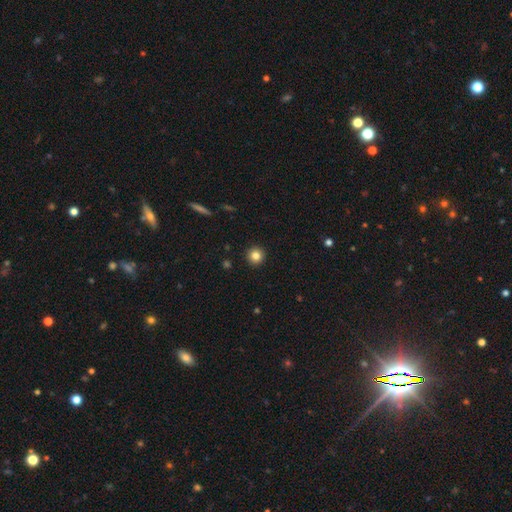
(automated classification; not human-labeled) This appears to be a smooth galaxy with no disk features (83%) that is round (96%). Merging: none (93%).